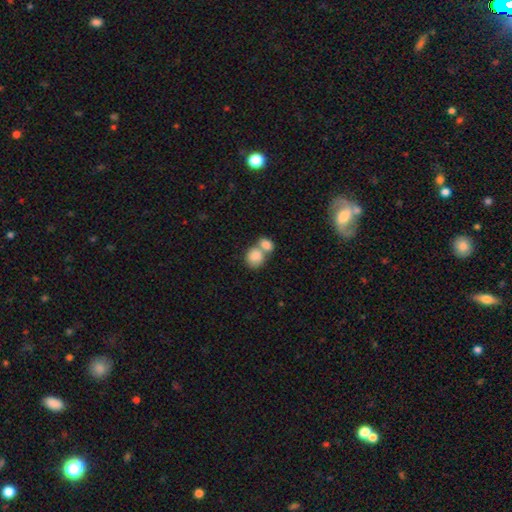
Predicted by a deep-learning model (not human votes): Smooth or featured: smooth — 85% (featured or disk — 8%)
How rounded: round — 60% (in between — 38%)
Merging: merger — 64% (none — 26%)